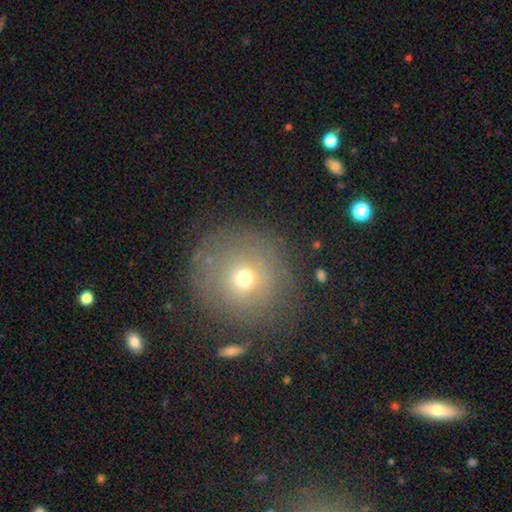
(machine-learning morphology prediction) Smooth or featured: smooth — 62% (featured or disk — 19%)
How rounded: round — 94% (in between — 5%)
Merging: none — 80% (minor disturbance — 12%)